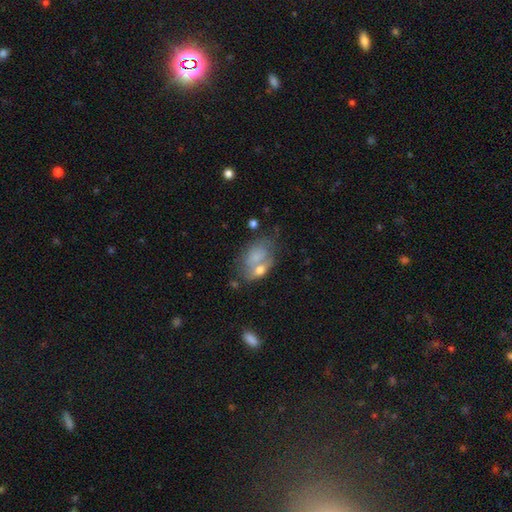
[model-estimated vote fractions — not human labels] Smooth or featured? Predicted: smooth (p=0.62). How rounded? Predicted: in between (p=0.82). Merging? Predicted: merger (p=0.39).